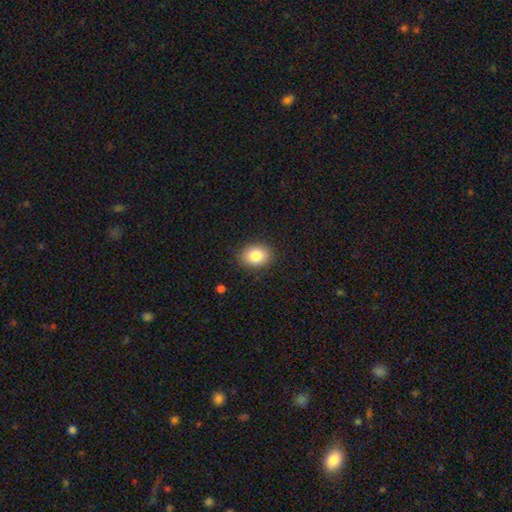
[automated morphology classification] Smooth or featured? Predicted: smooth (p=0.84). How rounded? Predicted: in between (p=0.58). Merging? Predicted: none (p=0.88).